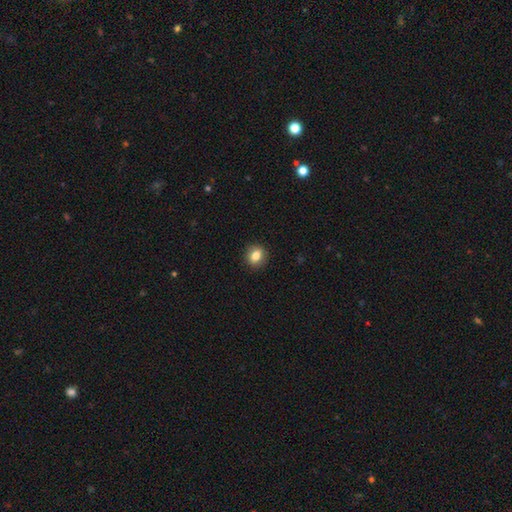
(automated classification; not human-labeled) Smooth or featured: smooth — 82% (star or artifact — 9%)
How rounded: round — 71% (in between — 28%)
Merging: none — 91% (minor disturbance — 6%)